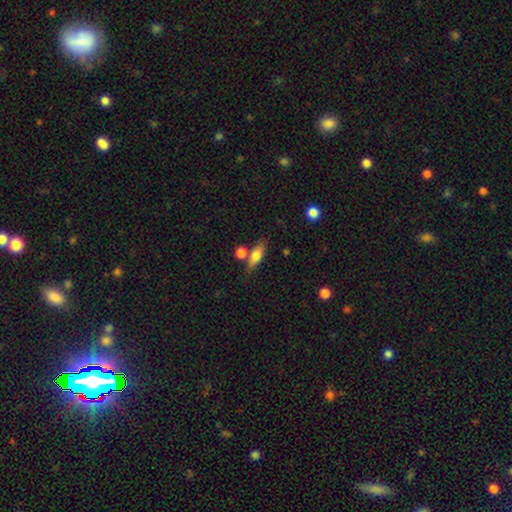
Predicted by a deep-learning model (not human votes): Overall: smooth (67%). How rounded: in between (58%; cigar-shaped 36%). Merging: none (66%).